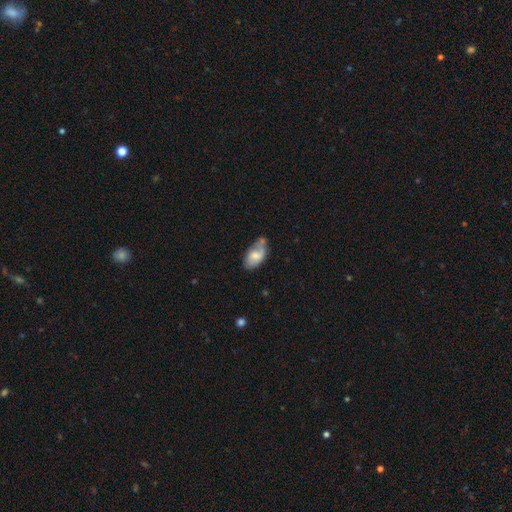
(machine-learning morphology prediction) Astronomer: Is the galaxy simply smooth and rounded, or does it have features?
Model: smooth — 61%.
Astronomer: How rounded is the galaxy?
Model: in between — 93%.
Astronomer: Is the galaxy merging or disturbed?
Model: none — 44% (runner-up: minor disturbance, 34%).